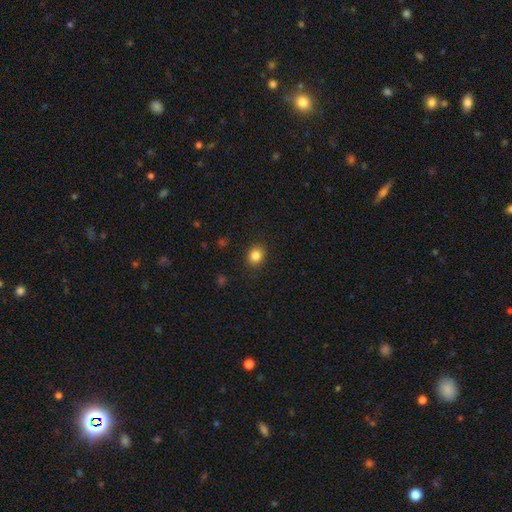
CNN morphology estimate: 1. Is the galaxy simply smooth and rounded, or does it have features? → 84% smooth, 10% star or artifact, 5% featured or disk.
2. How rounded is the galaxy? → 56% round, 43% in between, 1% cigar-shaped.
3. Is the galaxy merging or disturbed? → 89% none, 8% minor disturbance, 2% major disturbance, 1% merger.